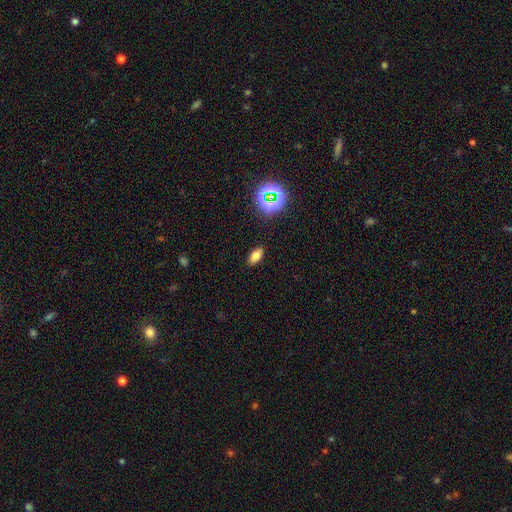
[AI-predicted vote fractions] A smooth galaxy with no disk features (74%) that is in between round and cigar-shaped (87%).

Vote fractions:
- Smooth or featured? smooth: 74% / star or artifact: 16% / featured or disk: 10%
- How rounded? in between: 87% / round: 7% / cigar-shaped: 6%
- Merging? none: 88% / minor disturbance: 8% / major disturbance: 2% / merger: 1%